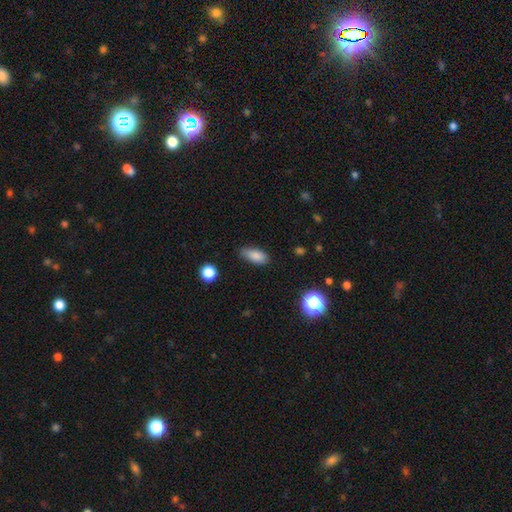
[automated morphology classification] smooth_or_featured: smooth (p=0.85) [alt: star or artifact p=0.09]
how_rounded: in between (p=0.83) [alt: cigar-shaped p=0.14]
merging: none (p=0.77) [alt: minor disturbance p=0.18]